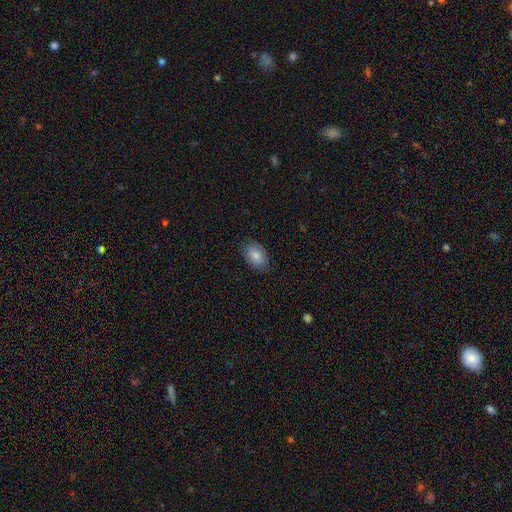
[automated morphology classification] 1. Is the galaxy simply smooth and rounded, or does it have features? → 84% smooth, 9% featured or disk, 7% star or artifact.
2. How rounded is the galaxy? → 86% in between, 13% round, 1% cigar-shaped.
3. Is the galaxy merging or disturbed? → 85% none, 12% minor disturbance, 2% major disturbance, 1% merger.